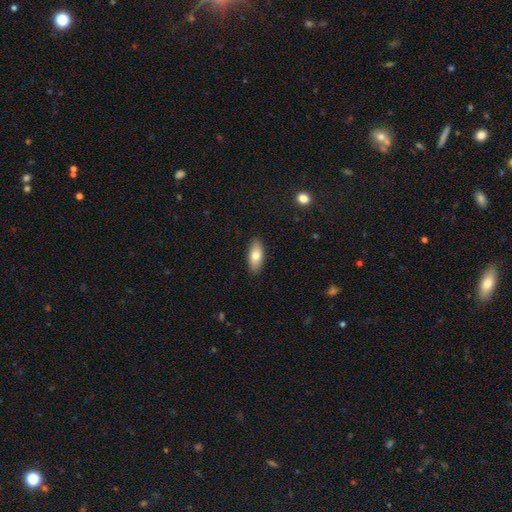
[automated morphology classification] smooth-or-featured: smooth: 77% | featured or disk: 16% | star or artifact: 6%
  how-rounded: in between: 85% | cigar-shaped: 12% | round: 3%
  merging: none: 88% | minor disturbance: 9% | major disturbance: 2% | merger: 1%